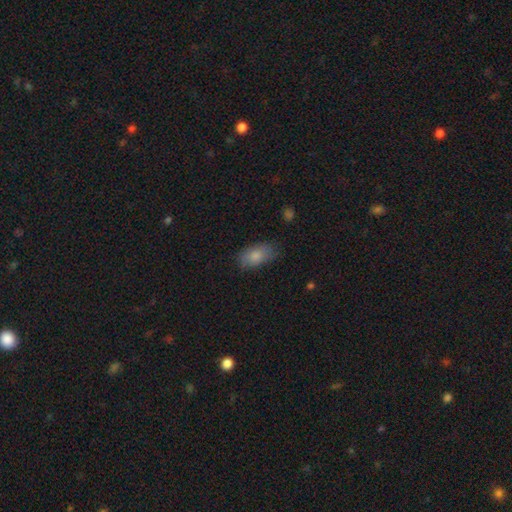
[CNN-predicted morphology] Smooth or featured: smooth — 82% (featured or disk — 11%)
How rounded: in between — 91% (round — 5%)
Merging: none — 73% (minor disturbance — 21%)